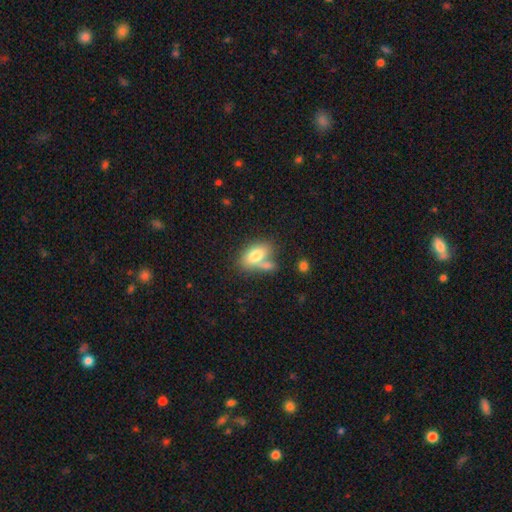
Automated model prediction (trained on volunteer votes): Smooth or featured: smooth — 77% (featured or disk — 16%)
How rounded: in between — 89% (round — 7%)
Merging: none — 46% (merger — 34%)